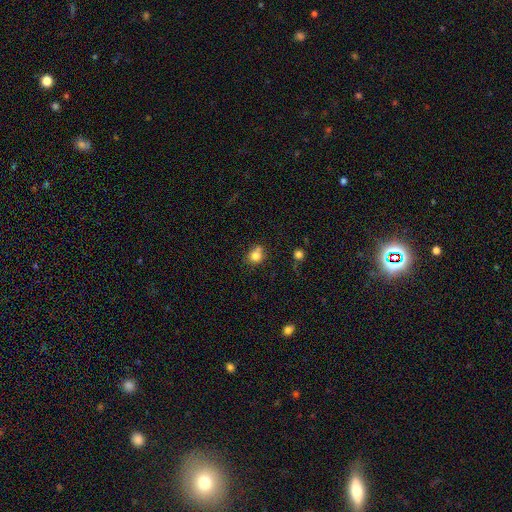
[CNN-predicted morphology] Smooth or featured?
  - smooth: 78% *
  - star or artifact: 12%
  - featured or disk: 9%
How rounded?
  - round: 76% *
  - in between: 23%
  - cigar-shaped: 1%
Merging?
  - none: 56% *
  - merger: 20%
  - minor disturbance: 18%
  - major disturbance: 6%